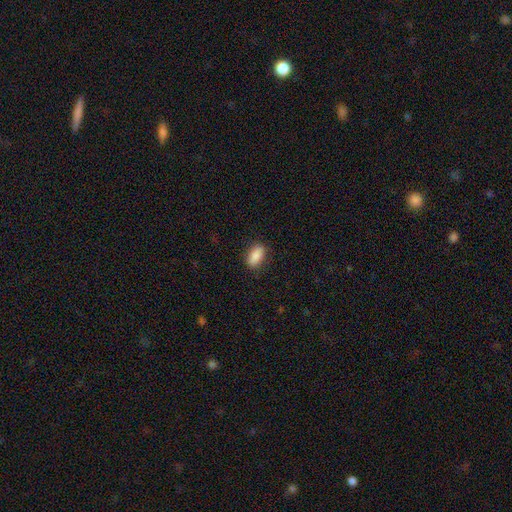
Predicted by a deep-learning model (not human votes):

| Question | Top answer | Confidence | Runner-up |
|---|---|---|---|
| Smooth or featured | smooth | 86% | star or artifact (7%) |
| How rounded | in between | 88% | cigar-shaped (8%) |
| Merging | none | 85% | minor disturbance (11%) |